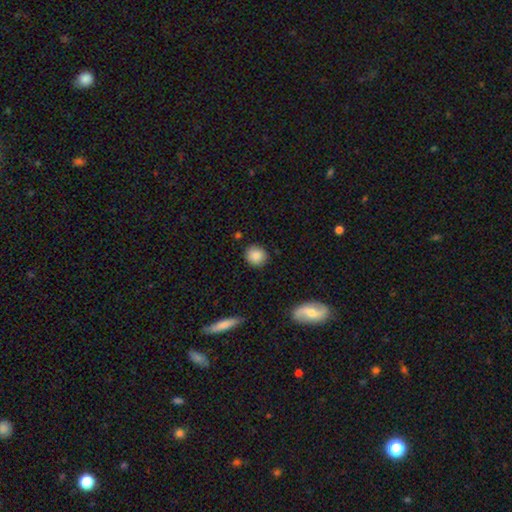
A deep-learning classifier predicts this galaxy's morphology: A smooth galaxy with no disk features (86%) that is round (86%). Merging: none (86%).